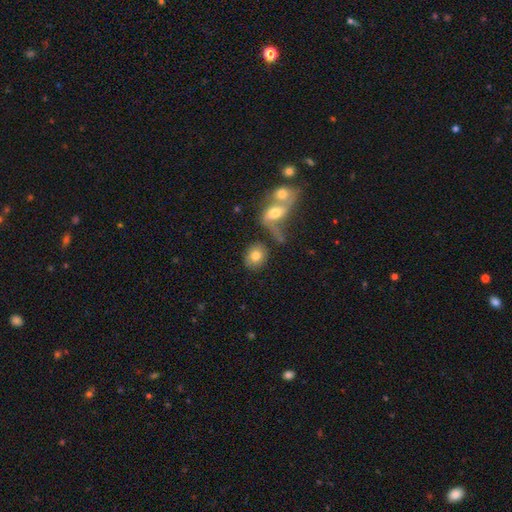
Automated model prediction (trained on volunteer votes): The model was most divided on "how rounded": round: 64%, in between: 35%, cigar-shaped: 2%. More confident: smooth or featured — smooth (78%); merging — none (64%).